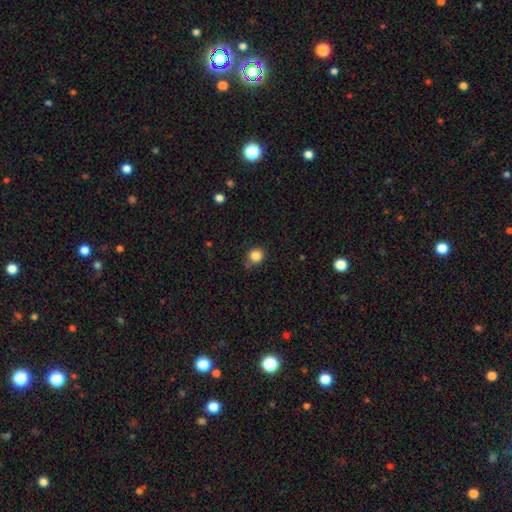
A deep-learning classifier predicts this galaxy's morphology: smooth 85%, star or artifact 11%, featured or disk 4%. Down the decision tree: how rounded — round (91%); merging — none (79%).